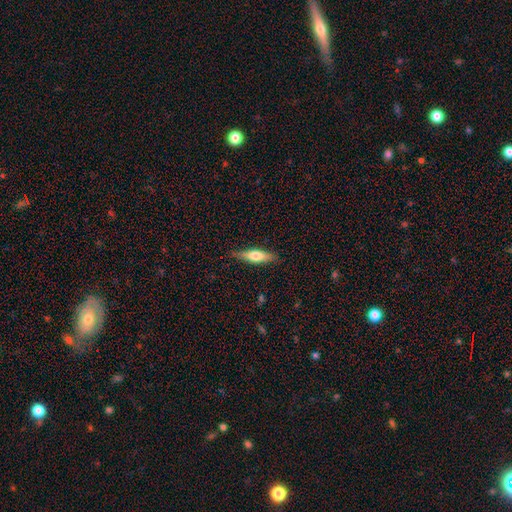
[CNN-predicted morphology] smooth-or-featured: smooth: 49% | featured or disk: 44% | star or artifact: 6%
  merging: none: 86% | minor disturbance: 11% | major disturbance: 2% | merger: 1%